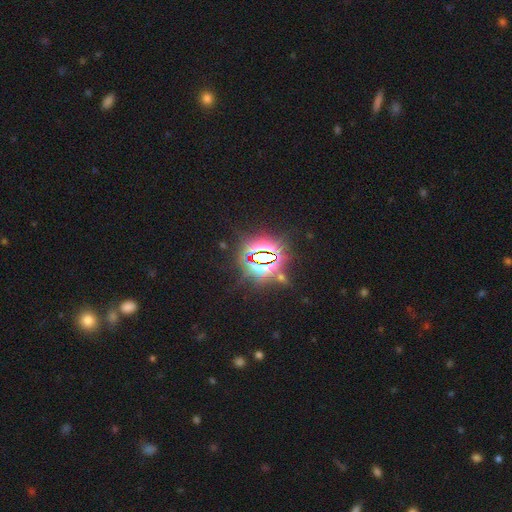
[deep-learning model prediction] Smooth or featured? star or artifact (82%)